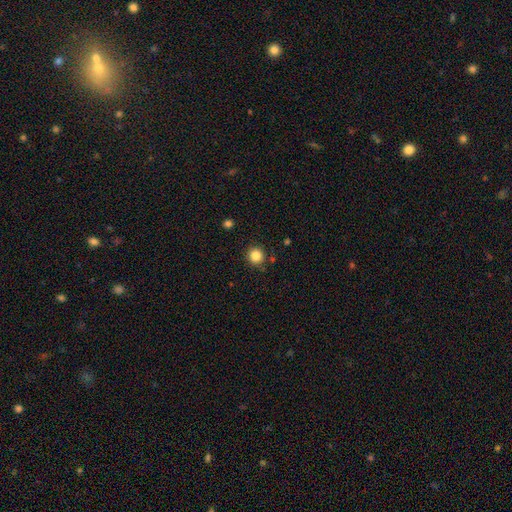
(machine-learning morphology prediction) smooth-or-featured: smooth: 84% | star or artifact: 11% | featured or disk: 4%
  how-rounded: round: 94% | in between: 6% | cigar-shaped: 1%
  merging: none: 88% | minor disturbance: 7% | merger: 3% | major disturbance: 2%